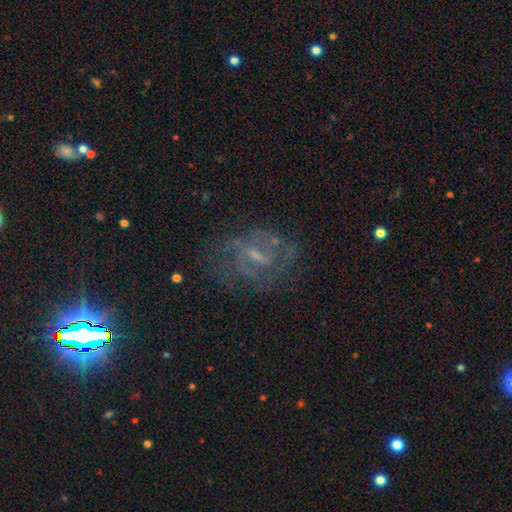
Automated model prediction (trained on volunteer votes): Smooth or featured? featured or disk (74%)
Edge-on disk? no (96%)
Bar? weak (56%)
Spiral arms? yes (75%)
Spiral winding? medium (47%)
Spiral arm count? 2 (46%)
Bulge size? small (46%)
Merging? none (58%)